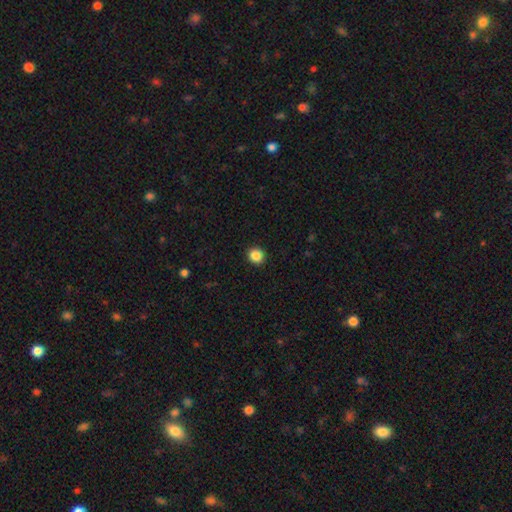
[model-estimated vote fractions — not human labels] A smooth galaxy with no disk features (87%) that is round (91%).

Vote fractions:
- Smooth or featured? smooth: 87% / star or artifact: 10% / featured or disk: 3%
- How rounded? round: 91% / in between: 8% / cigar-shaped: 1%
- Merging? none: 93% / minor disturbance: 5% / major disturbance: 2% / merger: 1%